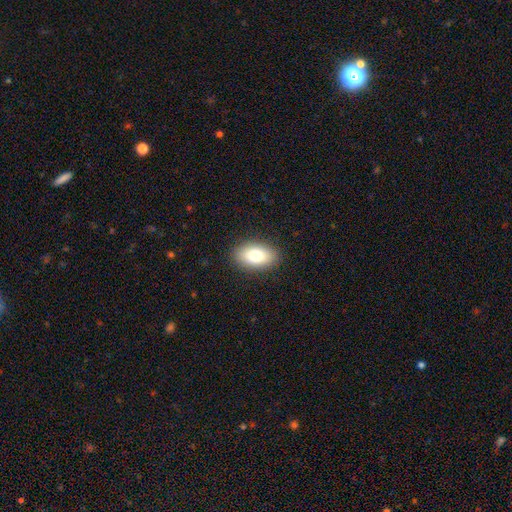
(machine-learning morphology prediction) A smooth galaxy with no disk features (79%) that is in between round and cigar-shaped (90%).

Vote fractions:
- Smooth or featured? smooth: 79% / featured or disk: 13% / star or artifact: 8%
- How rounded? in between: 90% / round: 8% / cigar-shaped: 2%
- Merging? none: 89% / minor disturbance: 8% / major disturbance: 2% / merger: 1%